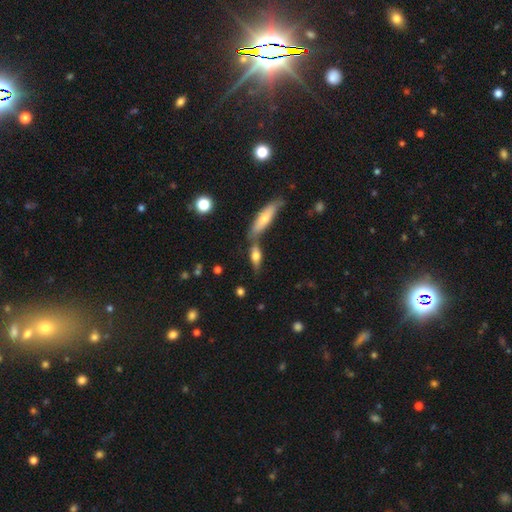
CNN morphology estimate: Smooth or featured?
  - smooth: 59% *
  - featured or disk: 32%
  - star or artifact: 8%
How rounded?
  - in between: 52% *
  - cigar-shaped: 43%
  - round: 4%
Merging?
  - none: 52% *
  - merger: 32%
  - minor disturbance: 12%
  - major disturbance: 4%